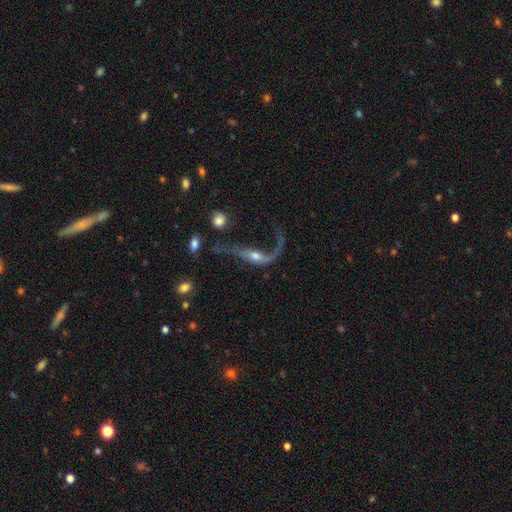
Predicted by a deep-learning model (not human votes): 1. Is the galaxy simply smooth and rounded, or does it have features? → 73% featured or disk, 19% smooth, 8% star or artifact.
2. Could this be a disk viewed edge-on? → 81% no, 19% yes.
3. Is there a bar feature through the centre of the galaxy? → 59% no, 27% weak, 14% strong.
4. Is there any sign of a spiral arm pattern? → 81% yes, 19% no.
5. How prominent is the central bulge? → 54% moderate, 30% small, 9% large, 5% none, 2% dominant.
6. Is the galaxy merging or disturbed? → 45% major disturbance, 28% none, 14% minor disturbance, 12% merger.